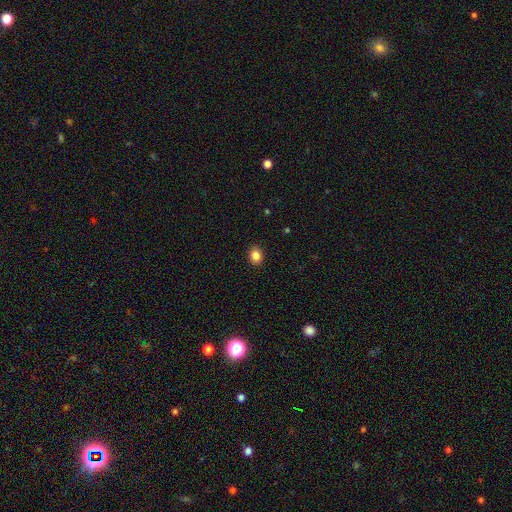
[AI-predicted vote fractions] smooth_or_featured: smooth (p=0.85) [alt: star or artifact p=0.10]
how_rounded: in between (p=0.51) [alt: round p=0.48]
merging: none (p=0.91) [alt: minor disturbance p=0.06]